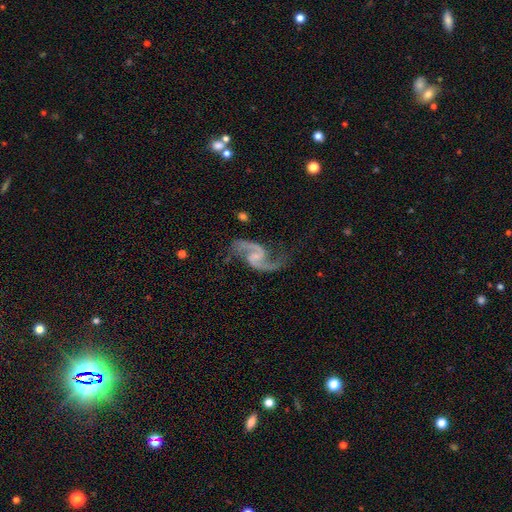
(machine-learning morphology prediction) This appears to be a featured or disk galaxy (93%) with a weak bar (46%), 2 (94%) loose (51%) spiral arms (98%) and a small central bulge (55%). Merging: none (71%).